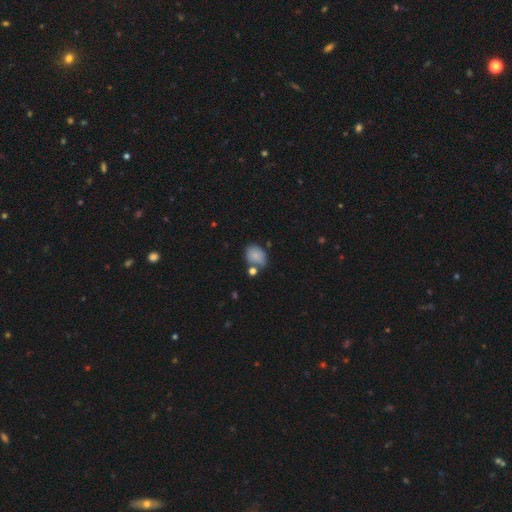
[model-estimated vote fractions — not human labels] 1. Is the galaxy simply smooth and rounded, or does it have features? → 82% smooth, 9% star or artifact, 9% featured or disk.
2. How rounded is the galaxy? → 68% in between, 31% round, 1% cigar-shaped.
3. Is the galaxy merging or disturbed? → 53% none, 24% minor disturbance, 16% merger, 7% major disturbance.